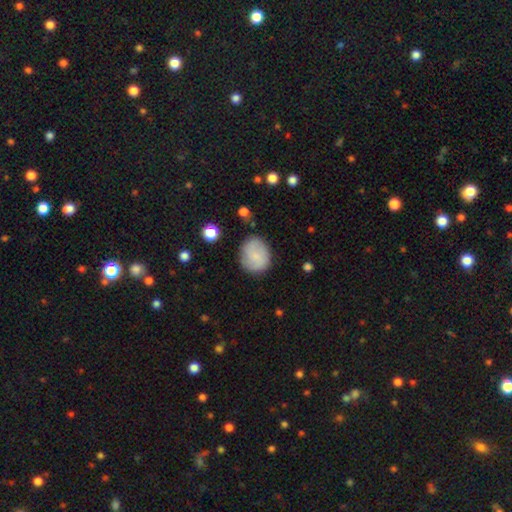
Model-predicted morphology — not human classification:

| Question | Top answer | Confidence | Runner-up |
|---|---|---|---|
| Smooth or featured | smooth | 75% | featured or disk (17%) |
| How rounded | round | 72% | in between (27%) |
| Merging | none | 78% | minor disturbance (16%) |